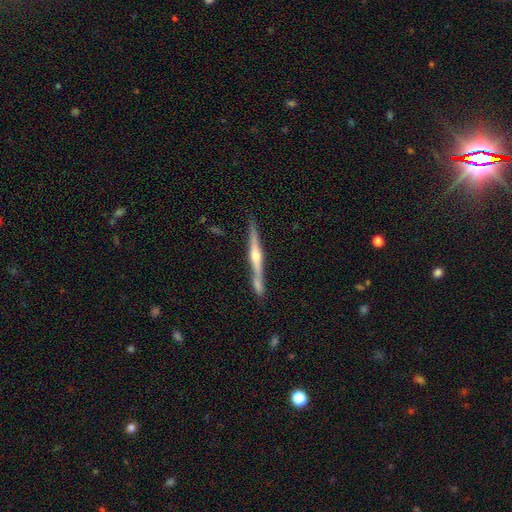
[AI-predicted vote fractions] Smooth or featured? Predicted: featured or disk (p=0.77). Edge-on disk? Predicted: yes (p=0.98). Edge-on bulge? Predicted: rounded (p=0.90). Merging? Predicted: none (p=0.77).